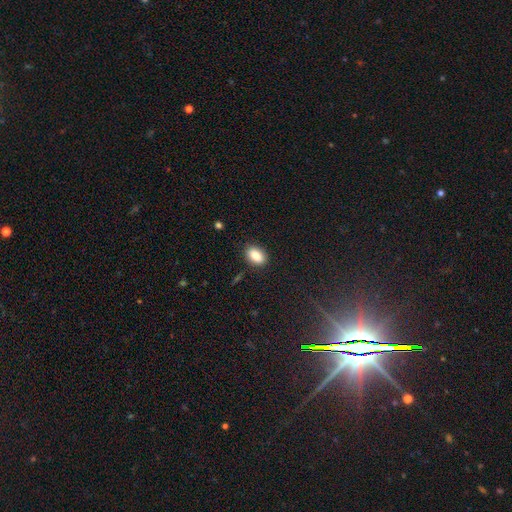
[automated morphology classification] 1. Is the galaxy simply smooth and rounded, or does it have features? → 87% smooth, 8% star or artifact, 5% featured or disk.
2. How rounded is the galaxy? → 86% in between, 12% round, 2% cigar-shaped.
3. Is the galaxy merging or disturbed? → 86% none, 10% minor disturbance, 2% major disturbance, 1% merger.